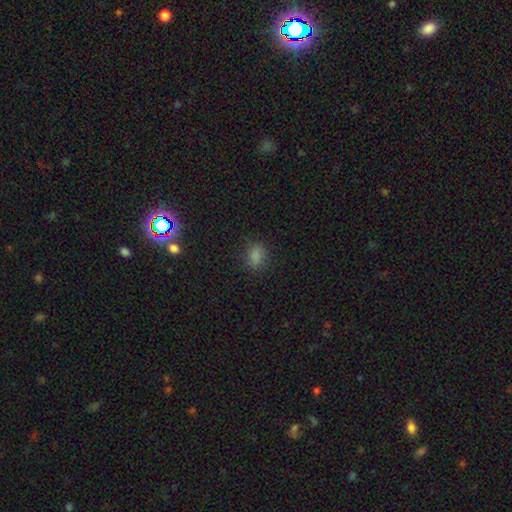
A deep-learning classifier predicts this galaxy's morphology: Overall: smooth (79%). How rounded: in between (76%). Merging: none (80%).